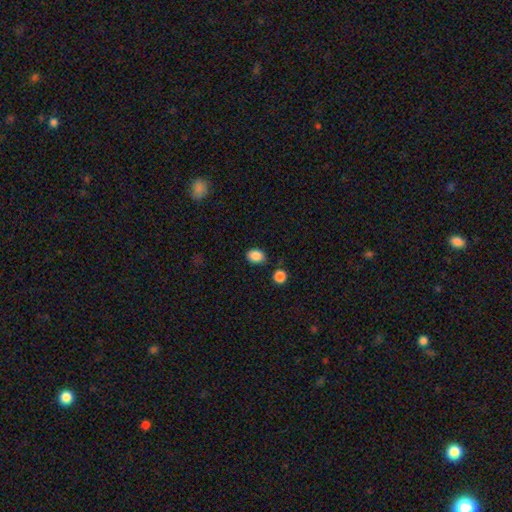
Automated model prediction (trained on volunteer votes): Overall: smooth (87%). How rounded: in between (68%; round 31%). Merging: none (79%).